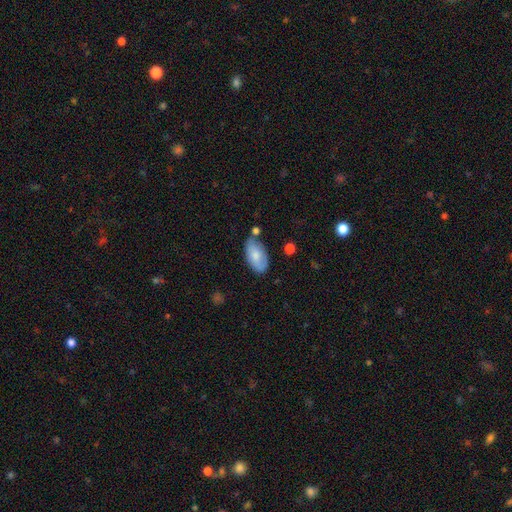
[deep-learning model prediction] smooth_or_featured: smooth (p=0.72) [alt: featured or disk p=0.22]
how_rounded: in between (p=0.94) [alt: round p=0.03]
merging: none (p=0.62) [alt: minor disturbance p=0.25]